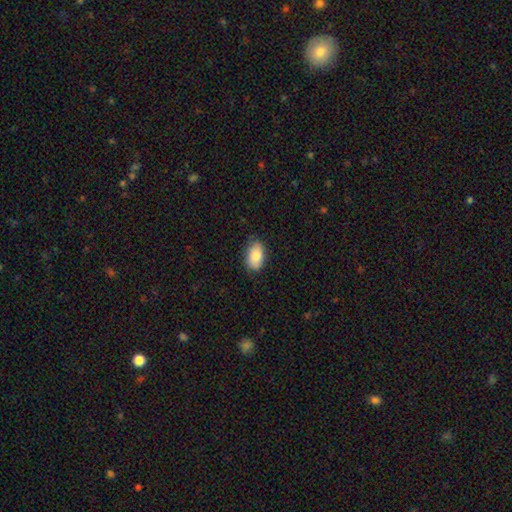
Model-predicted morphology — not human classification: type=smooth (85%); roundness=in between (92%); merging=none (80%).